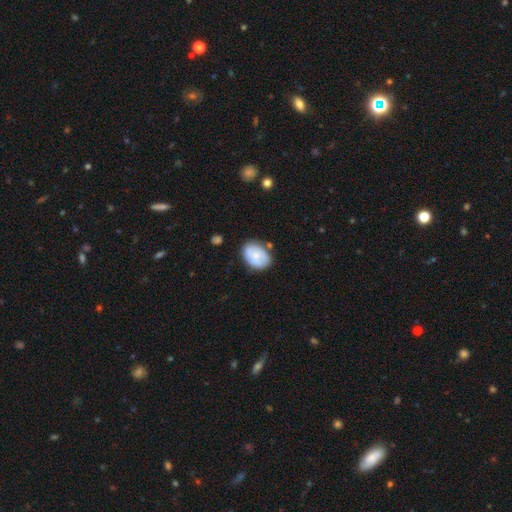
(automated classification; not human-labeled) This appears to be a smooth galaxy with no disk features (66%) that is in between round and cigar-shaped (76%). Merging: none (69%).